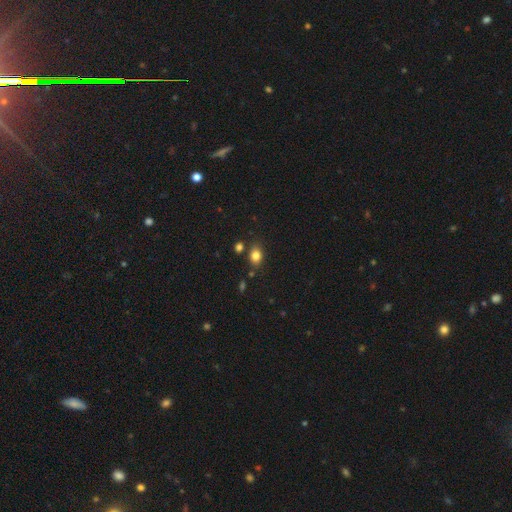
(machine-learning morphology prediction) This is clearly a smooth galaxy (82%). How rounded: likely in between (66%). Merging: likely none (77%).